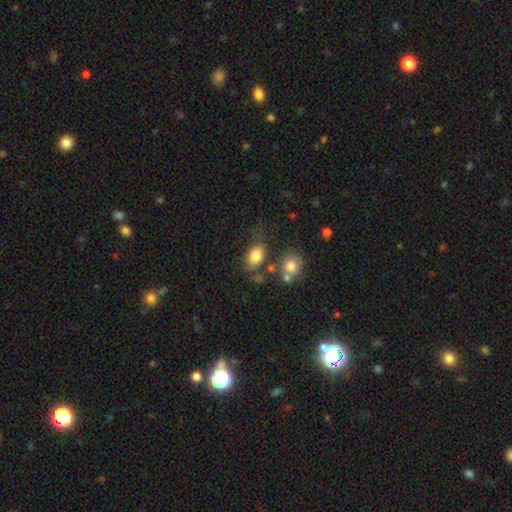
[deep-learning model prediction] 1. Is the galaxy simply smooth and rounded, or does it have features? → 81% smooth, 10% featured or disk, 9% star or artifact.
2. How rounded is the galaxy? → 82% in between, 16% round, 2% cigar-shaped.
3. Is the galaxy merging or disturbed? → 61% none, 20% minor disturbance, 11% merger, 8% major disturbance.